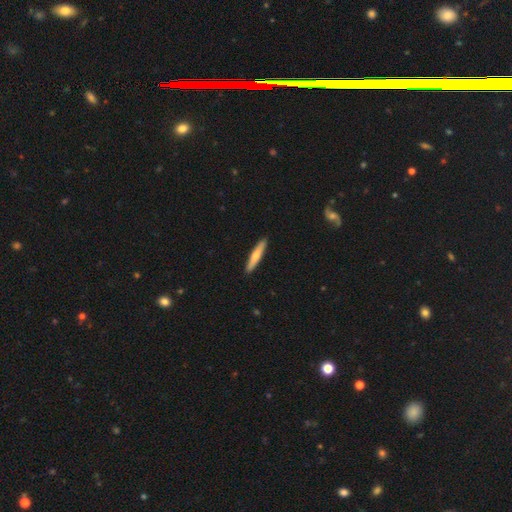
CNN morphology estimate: type=smooth (61%); roundness=cigar-shaped (91%); merging=none (92%).